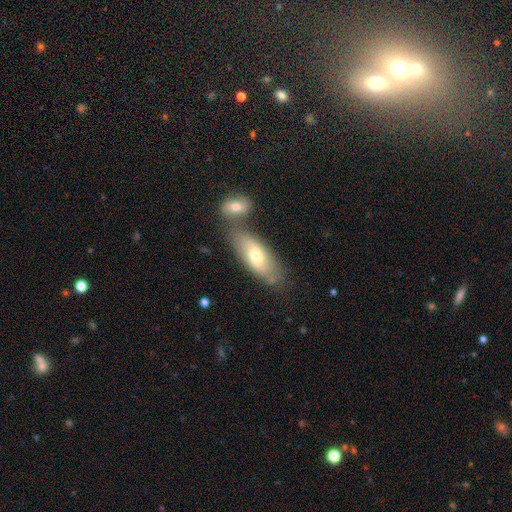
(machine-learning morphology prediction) smooth 63%, featured or disk 31%, star or artifact 6%. Down the decision tree: how rounded — in between (75%); merging — none (56%).